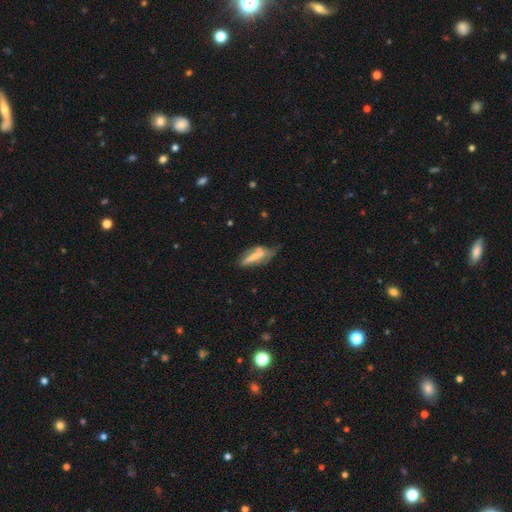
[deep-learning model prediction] A smooth galaxy with no disk features (53%) that is cigar-shaped (55%).

Vote fractions:
- Smooth or featured? smooth: 53% / featured or disk: 39% / star or artifact: 9%
- How rounded? cigar-shaped: 55% / in between: 42% / round: 3%
- Merging? none: 40% / minor disturbance: 27% / merger: 18% / major disturbance: 16%